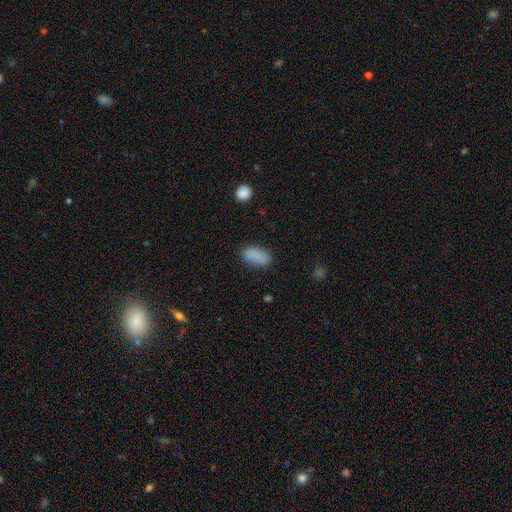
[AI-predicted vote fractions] smooth_or_featured: smooth (p=0.86) [alt: star or artifact p=0.09]
how_rounded: in between (p=0.92) [alt: round p=0.04]
merging: none (p=0.78) [alt: minor disturbance p=0.16]